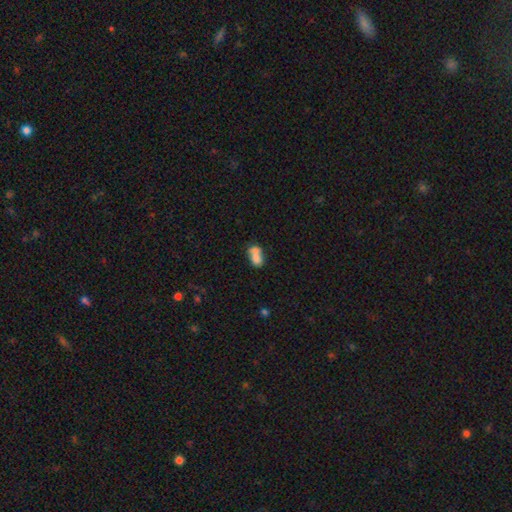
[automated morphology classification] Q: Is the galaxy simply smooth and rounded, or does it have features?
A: smooth — 72%.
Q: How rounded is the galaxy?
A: in between — 74%.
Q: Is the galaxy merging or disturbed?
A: merger — 59%.